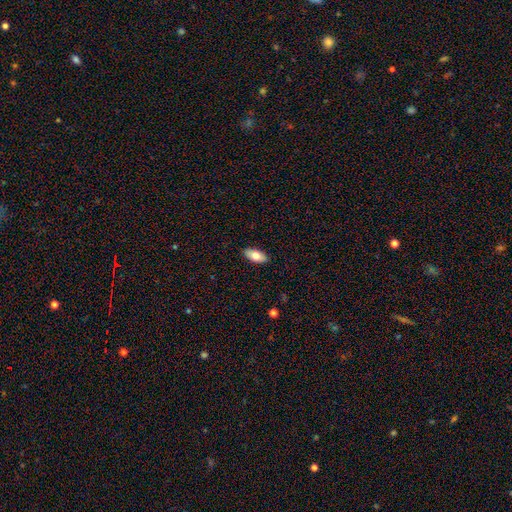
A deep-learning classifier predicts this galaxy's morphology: Overall: smooth (78%). How rounded: in between (90%). Merging: none (90%).